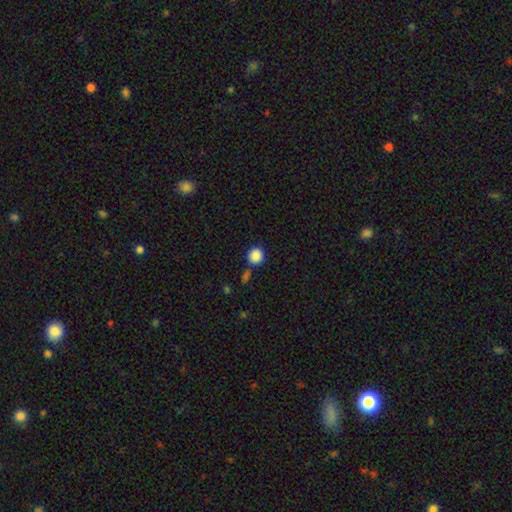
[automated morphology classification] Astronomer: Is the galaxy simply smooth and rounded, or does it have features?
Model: smooth — 88%.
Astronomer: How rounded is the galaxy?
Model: round — 93%.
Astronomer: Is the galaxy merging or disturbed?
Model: none — 78%.